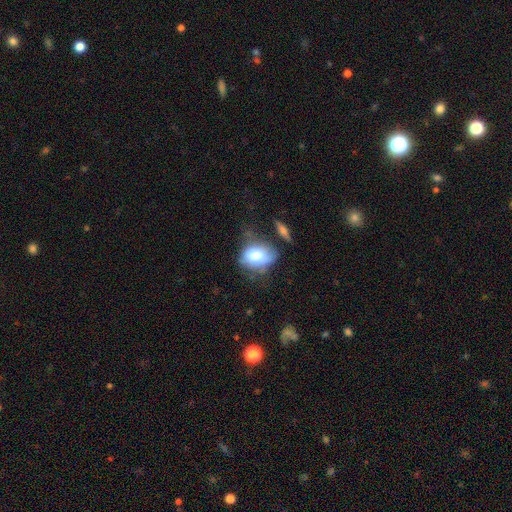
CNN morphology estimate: Smooth or featured? Predicted: smooth (p=0.70). How rounded? Predicted: in between (p=0.60). Merging? Predicted: none (p=0.44).